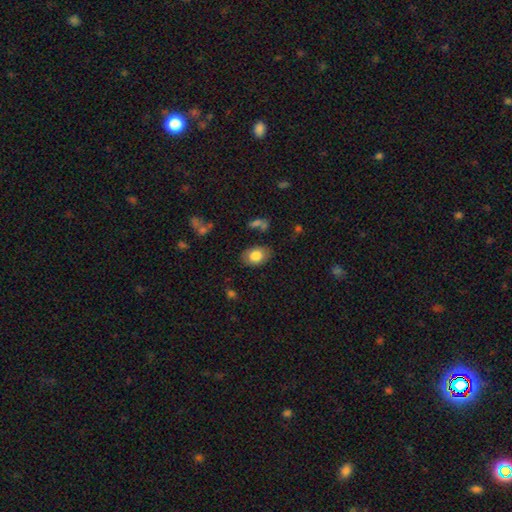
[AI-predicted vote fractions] Smooth or featured: smooth — 81% (featured or disk — 11%)
How rounded: in between — 81% (round — 18%)
Merging: none — 81% (minor disturbance — 14%)